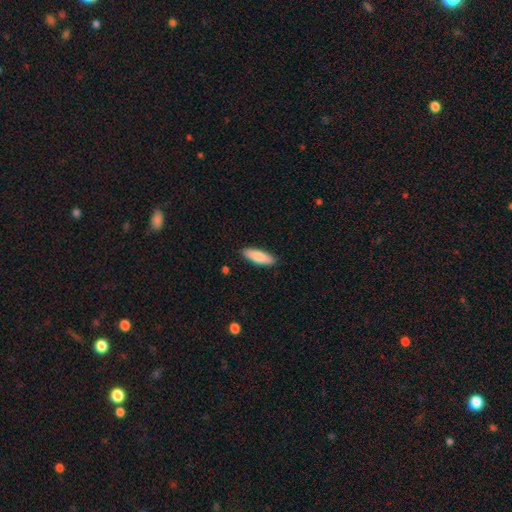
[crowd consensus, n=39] Smooth or featured?
  - smooth: 85% *
  - featured or disk: 10%
  - star or artifact: 5%
How rounded?
  - cigar-shaped: 70% *
  - in between: 30%
  - round: 0%
Merging?
  - none: 95% *
  - minor disturbance: 3%
  - major disturbance: 3%
  - merger: 0%